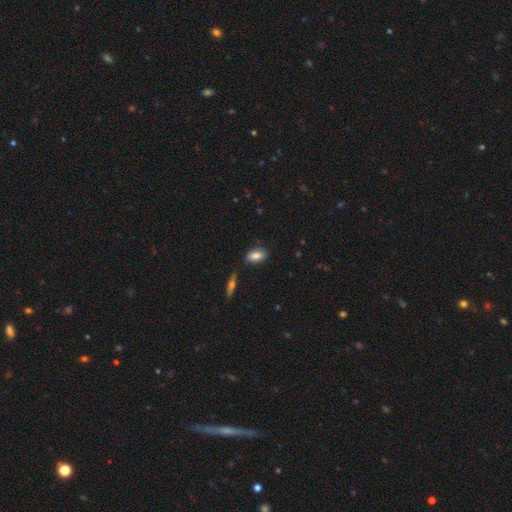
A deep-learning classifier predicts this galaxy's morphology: type=smooth (82%); roundness=in between (87%); merging=none (76%).